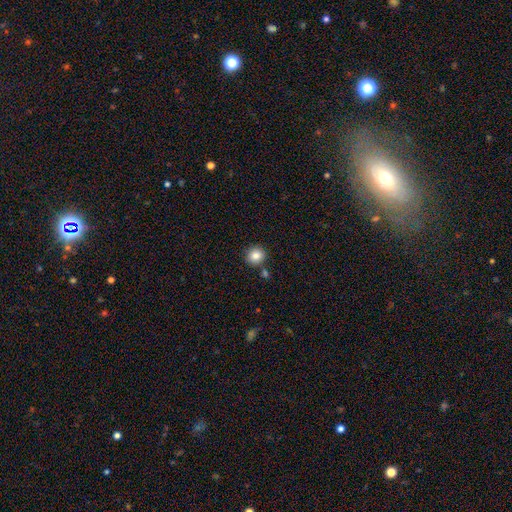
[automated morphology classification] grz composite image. It shows a smooth galaxy with no disk features (84%) that is round (89%). Merging: none (82%).